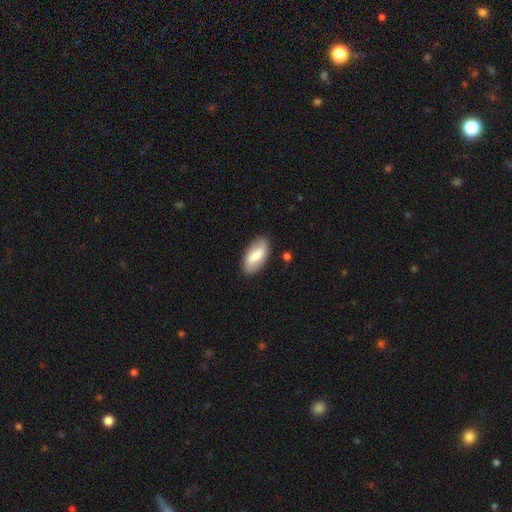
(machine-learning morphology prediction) This appears to be a smooth galaxy with no disk features (69%) that is in between round and cigar-shaped (93%). Merging: none (84%).